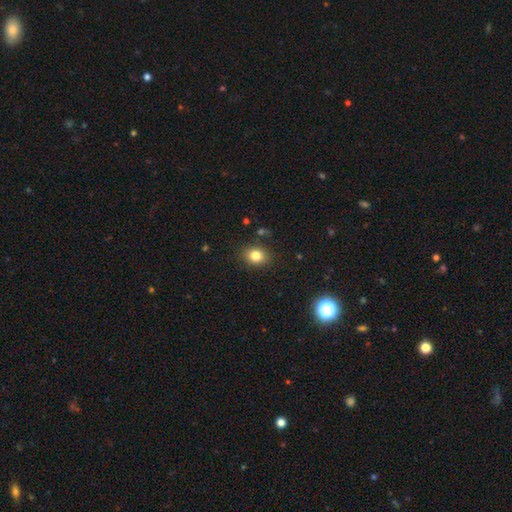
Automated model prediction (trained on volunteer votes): Smooth or featured? Predicted: smooth (p=0.81). How rounded? Predicted: round (p=0.55). Merging? Predicted: none (p=0.86).